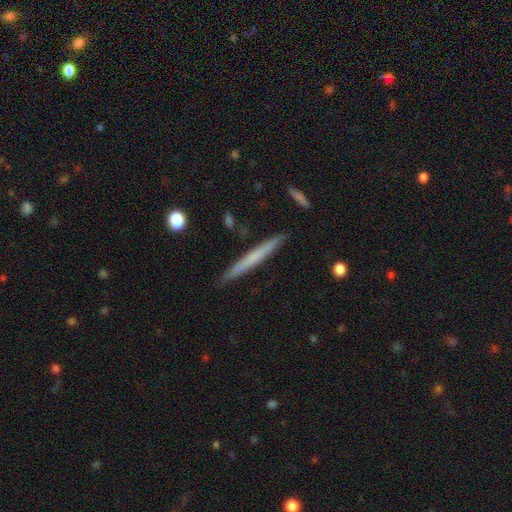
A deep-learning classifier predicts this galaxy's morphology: Q: Smooth or featured?
A: smooth (57%); runner-up: featured or disk (38%)
Q: How rounded?
A: cigar-shaped (97%); runner-up: in between (2%)
Q: Merging?
A: none (89%); runner-up: minor disturbance (8%)